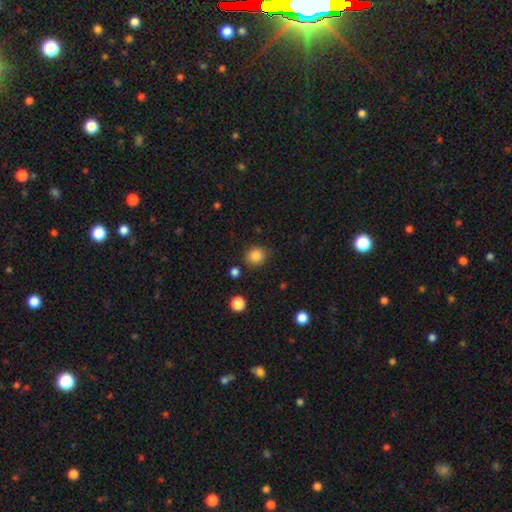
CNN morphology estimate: smooth_or_featured: smooth (p=0.85) [alt: star or artifact p=0.11]
how_rounded: round (p=0.85) [alt: in between p=0.14]
merging: none (p=0.85) [alt: minor disturbance p=0.09]